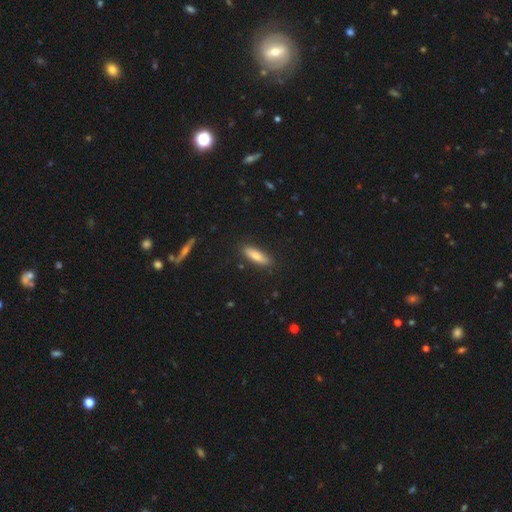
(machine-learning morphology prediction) Smooth or featured?
  - smooth: 74% *
  - featured or disk: 20%
  - star or artifact: 7%
How rounded?
  - cigar-shaped: 62% *
  - in between: 36%
  - round: 2%
Merging?
  - none: 87% *
  - minor disturbance: 9%
  - major disturbance: 2%
  - merger: 2%